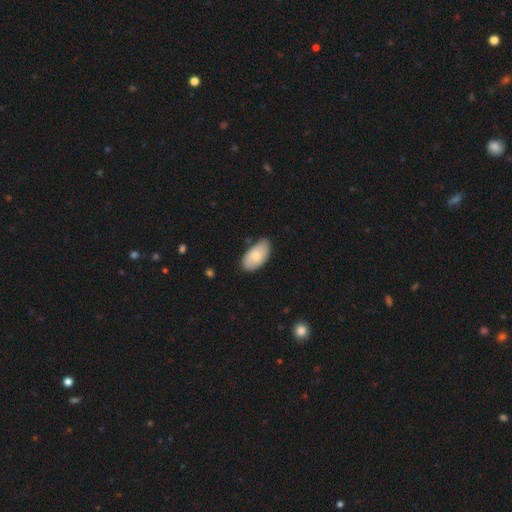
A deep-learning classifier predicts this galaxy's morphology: smooth 79%, featured or disk 15%, star or artifact 6%. Down the decision tree: how rounded — in between (95%); merging — none (70%).